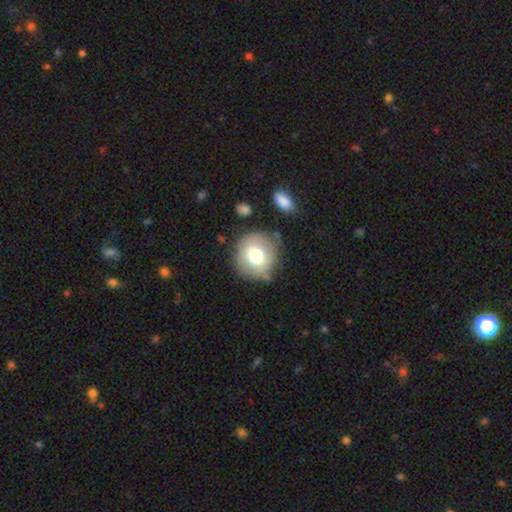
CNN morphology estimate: The model was most divided on "smooth or featured": smooth: 71%, featured or disk: 20%, star or artifact: 9%. More confident: how rounded — round (91%); merging — none (75%).